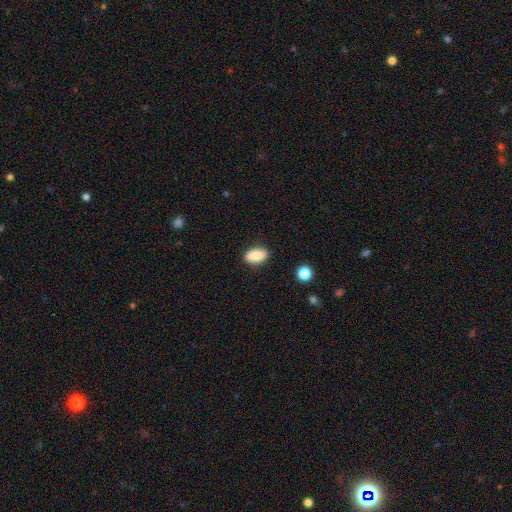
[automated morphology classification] smooth-or-featured: smooth: 86% | star or artifact: 8% | featured or disk: 7%
  how-rounded: in between: 89% | cigar-shaped: 6% | round: 6%
  merging: none: 86% | minor disturbance: 10% | major disturbance: 2% | merger: 1%